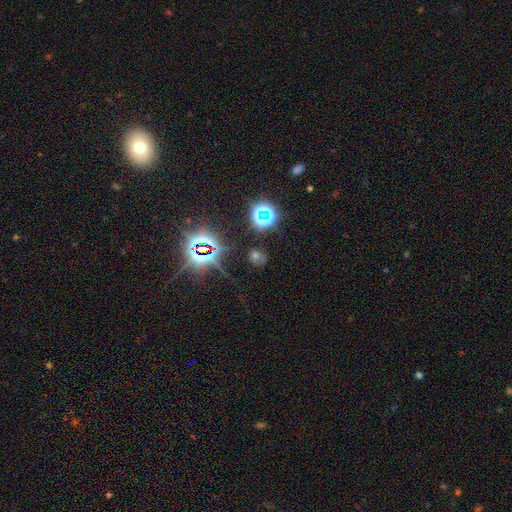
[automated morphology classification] A star or artifact, not a galaxy (56%).

Vote fractions:
- Smooth or featured? star or artifact: 56% / smooth: 33% / featured or disk: 12%